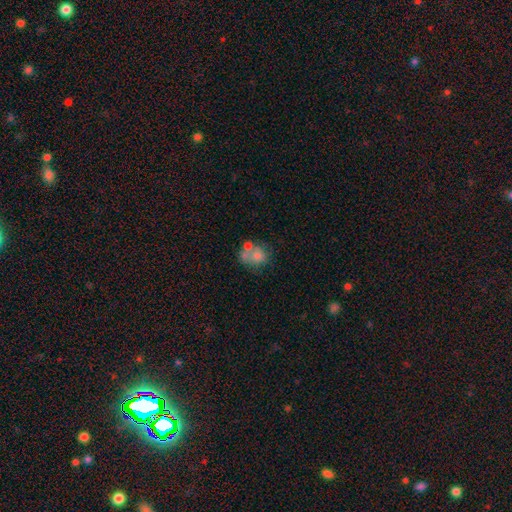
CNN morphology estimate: A smooth galaxy with no disk features (58%) that is round (62%). Merging: merger (37%).